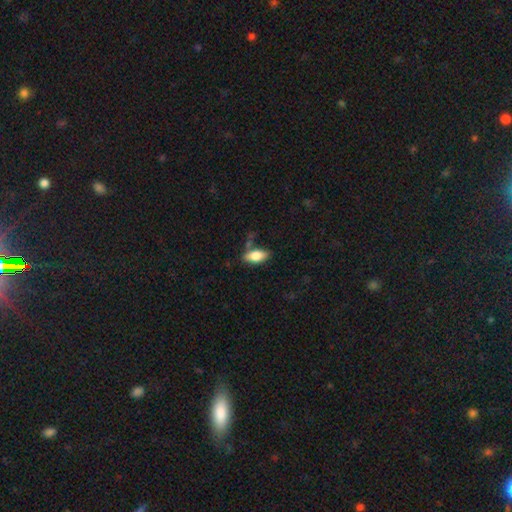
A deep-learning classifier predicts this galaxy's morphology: This is likely a smooth galaxy (76%). How rounded: clearly in between (86%). Merging: likely none (67%).